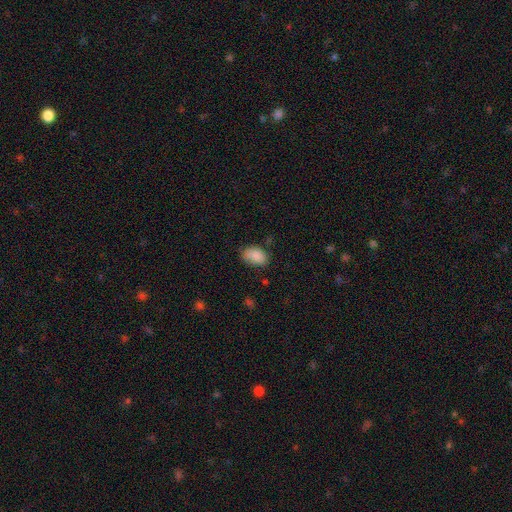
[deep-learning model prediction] Smooth or featured? smooth (88%)
How rounded? in between (88%)
Merging? none (72%)